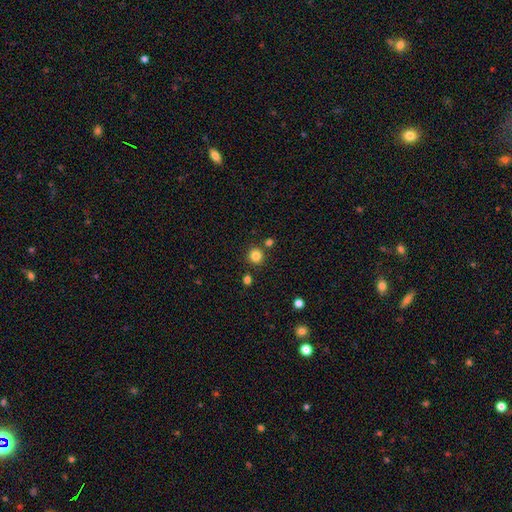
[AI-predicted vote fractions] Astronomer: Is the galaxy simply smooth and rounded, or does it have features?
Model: smooth — 83%.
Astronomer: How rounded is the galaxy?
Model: round — 93%.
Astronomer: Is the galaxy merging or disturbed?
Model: none — 85%.